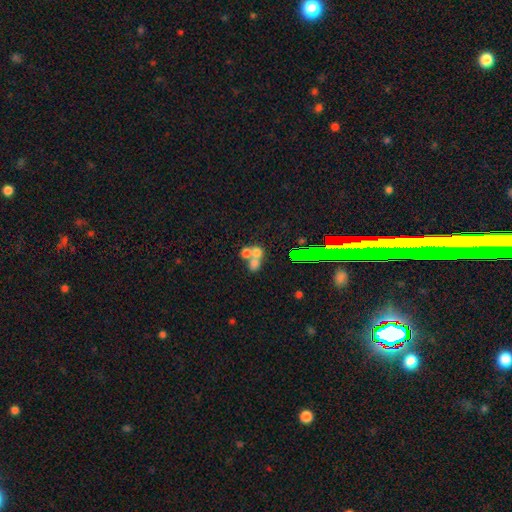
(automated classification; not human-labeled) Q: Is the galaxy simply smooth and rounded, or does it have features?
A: smooth — 60%.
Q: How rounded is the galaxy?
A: round — 68%.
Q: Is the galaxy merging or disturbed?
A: merger — 62%.